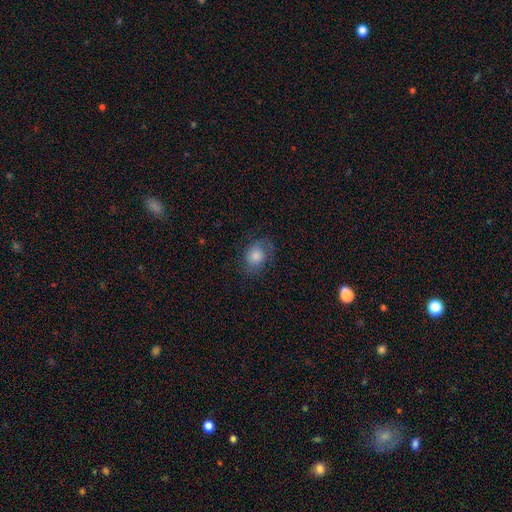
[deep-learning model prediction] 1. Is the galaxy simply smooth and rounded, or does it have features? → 58% smooth, 31% featured or disk, 11% star or artifact.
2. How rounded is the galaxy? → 51% in between, 48% round, 1% cigar-shaped.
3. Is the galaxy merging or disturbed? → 69% none, 20% minor disturbance, 10% major disturbance, 1% merger.